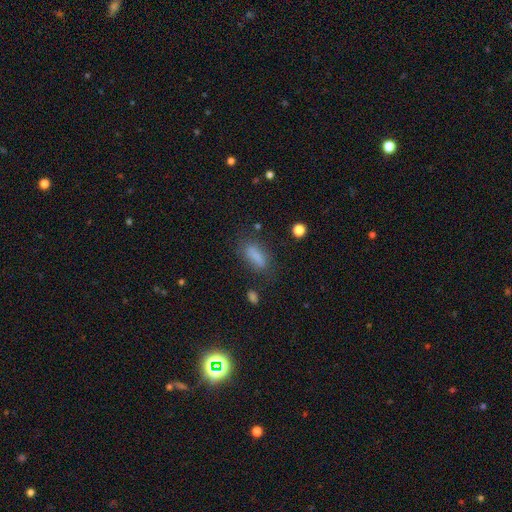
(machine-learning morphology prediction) smooth 80%, star or artifact 11%, featured or disk 9%. Down the decision tree: how rounded — in between (61%); merging — none (73%).